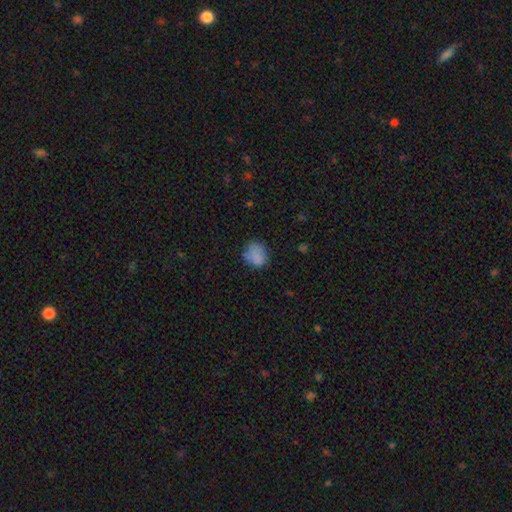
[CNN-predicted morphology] smooth-or-featured: smooth: 79% | star or artifact: 11% | featured or disk: 10%
  how-rounded: round: 72% | in between: 27% | cigar-shaped: 1%
  merging: none: 68% | minor disturbance: 22% | major disturbance: 8% | merger: 2%